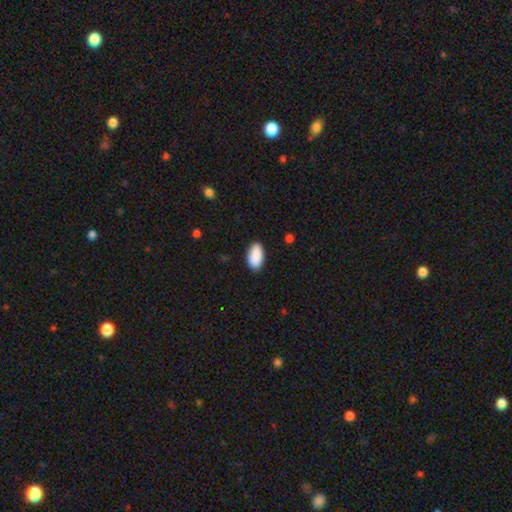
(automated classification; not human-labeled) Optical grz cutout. It shows a smooth galaxy with no disk features (90%) that is in between round and cigar-shaped (95%). Merging: none (87%).